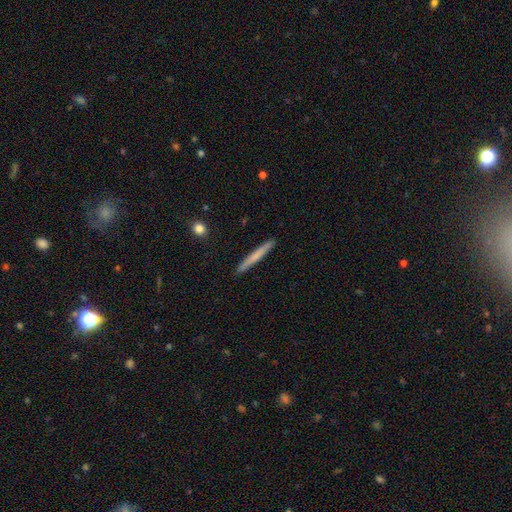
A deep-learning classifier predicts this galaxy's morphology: type=smooth (62%); roundness=cigar-shaped (97%); merging=none (92%).